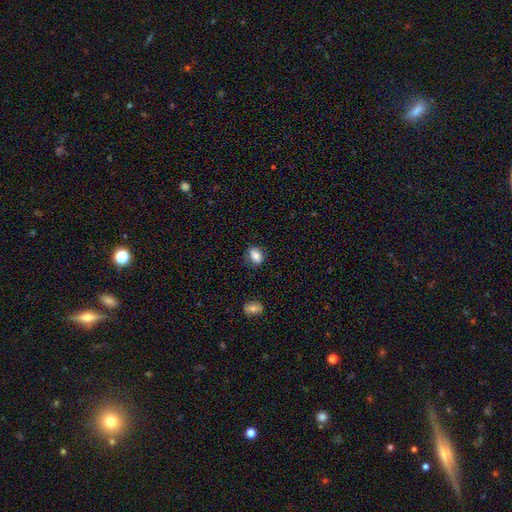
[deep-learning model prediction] smooth_or_featured: smooth (p=0.84) [alt: star or artifact p=0.09]
how_rounded: in between (p=0.75) [alt: round p=0.23]
merging: none (p=0.80) [alt: minor disturbance p=0.15]